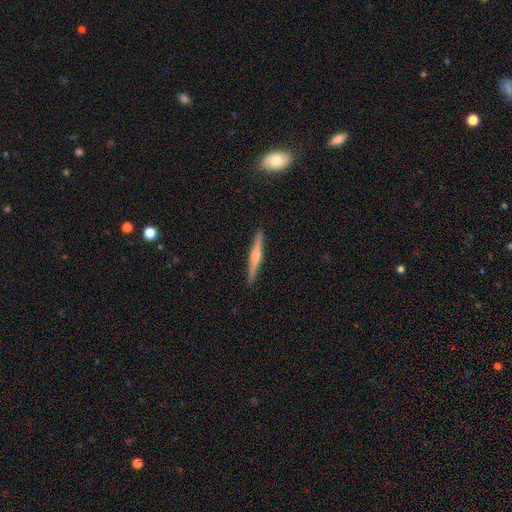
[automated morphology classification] This appears to be a featured or disk galaxy (69%) viewed edge-on (98%) with a rounded central bulge (85%). Merging: none (91%).